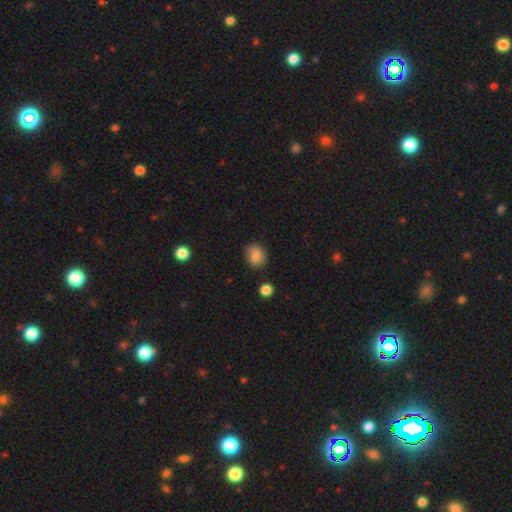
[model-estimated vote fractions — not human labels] Smooth or featured: smooth — 82% (star or artifact — 9%)
How rounded: round — 57% (in between — 42%)
Merging: none — 80% (minor disturbance — 14%)